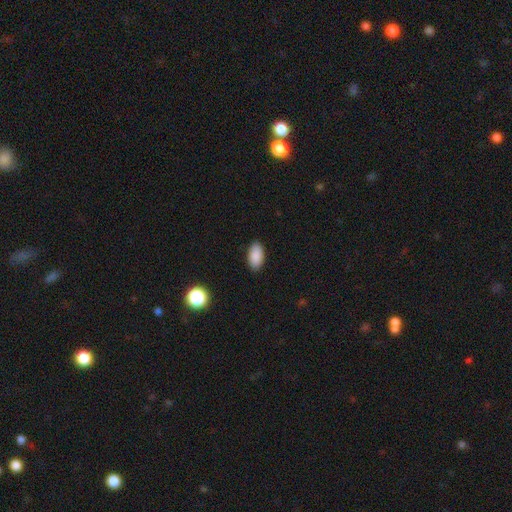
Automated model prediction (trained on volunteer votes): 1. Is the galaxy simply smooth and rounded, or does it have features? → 89% smooth, 8% star or artifact, 4% featured or disk.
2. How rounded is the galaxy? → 94% in between, 4% round, 3% cigar-shaped.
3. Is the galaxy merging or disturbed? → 88% none, 9% minor disturbance, 2% major disturbance, 1% merger.